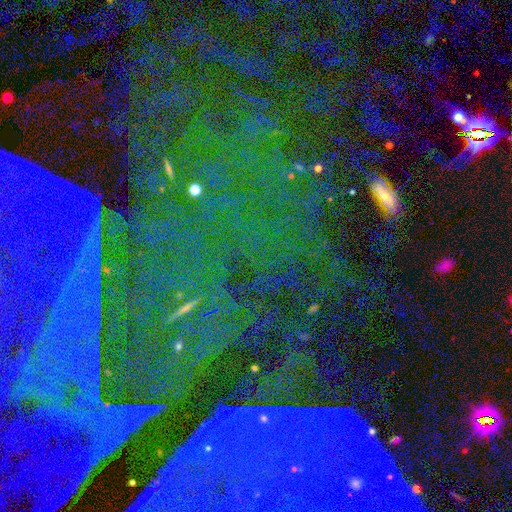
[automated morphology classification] Smooth or featured?
  - star or artifact: 82% *
  - smooth: 10%
  - featured or disk: 9%